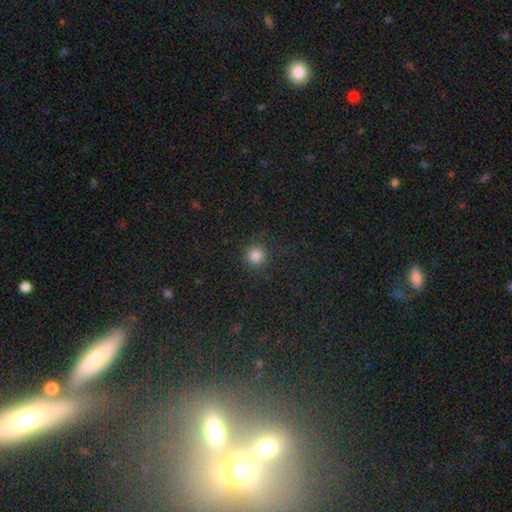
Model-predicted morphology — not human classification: This is clearly a smooth galaxy (83%). How rounded: clearly round (94%). Merging: clearly none (88%).